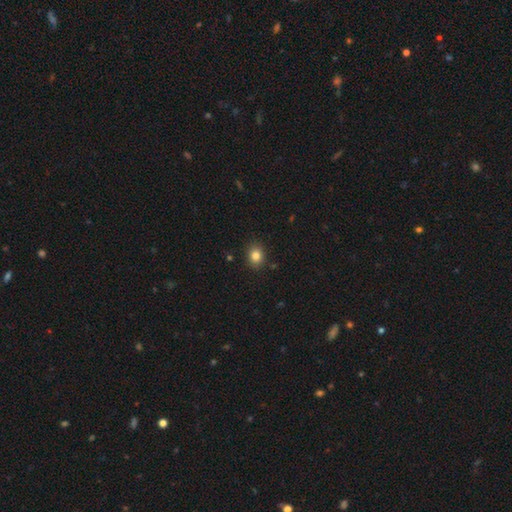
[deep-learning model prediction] This appears to be a smooth galaxy with no disk features (83%) that is round (59%). Merging: none (87%).